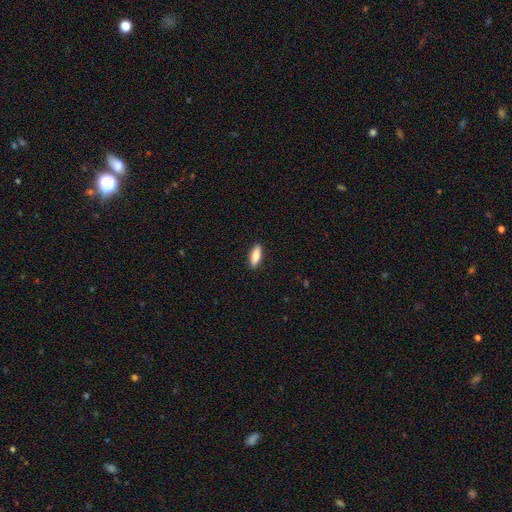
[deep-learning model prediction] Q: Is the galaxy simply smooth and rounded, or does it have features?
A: smooth — 83%.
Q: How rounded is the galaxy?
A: in between — 59%.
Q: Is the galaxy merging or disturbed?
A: none — 90%.